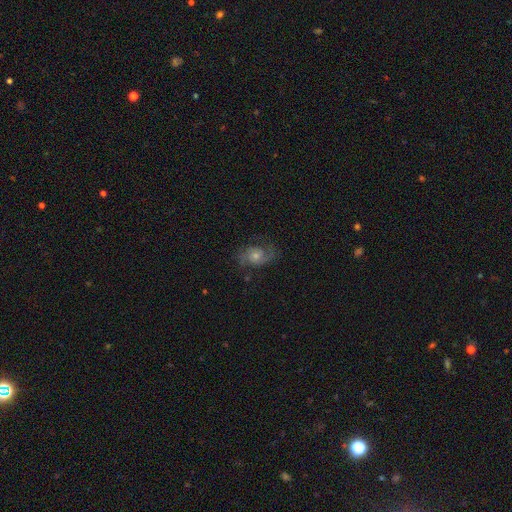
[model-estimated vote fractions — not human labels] Q: Smooth or featured?
A: featured or disk (75%); runner-up: smooth (14%)
Q: Edge-on disk?
A: no (97%); runner-up: yes (3%)
Q: Bar?
A: no (71%); runner-up: weak (25%)
Q: Spiral arms?
A: yes (94%); runner-up: no (6%)
Q: Spiral winding?
A: medium (51%); runner-up: loose (26%)
Q: Spiral arm count?
A: 2 (84%); runner-up: can't tell (7%)
Q: Bulge size?
A: moderate (48%); runner-up: small (42%)
Q: Merging?
A: none (74%); runner-up: minor disturbance (16%)